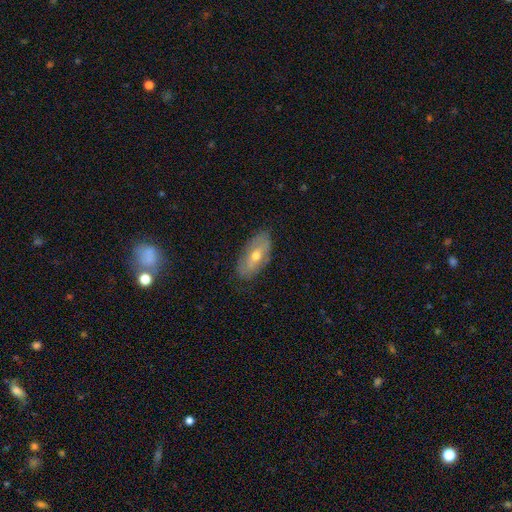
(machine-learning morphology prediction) A featured or disk galaxy (47%).

Vote fractions:
- Smooth or featured? featured or disk: 47% / smooth: 45% / star or artifact: 8%
- Merging? none: 80% / minor disturbance: 15% / major disturbance: 3% / merger: 1%